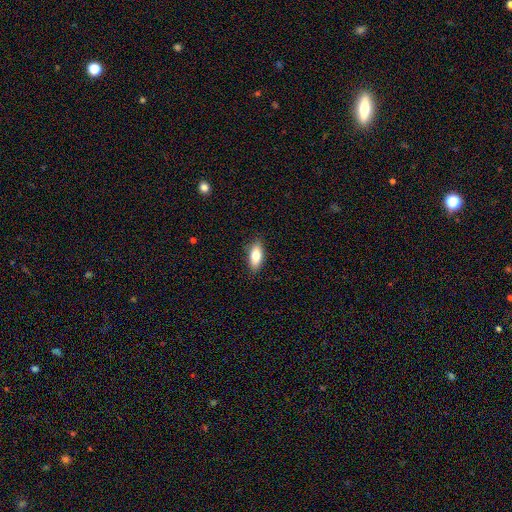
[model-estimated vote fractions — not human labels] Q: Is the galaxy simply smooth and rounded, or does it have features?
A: smooth — 82%.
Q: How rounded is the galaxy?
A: in between — 82%.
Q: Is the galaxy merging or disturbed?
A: none — 87%.